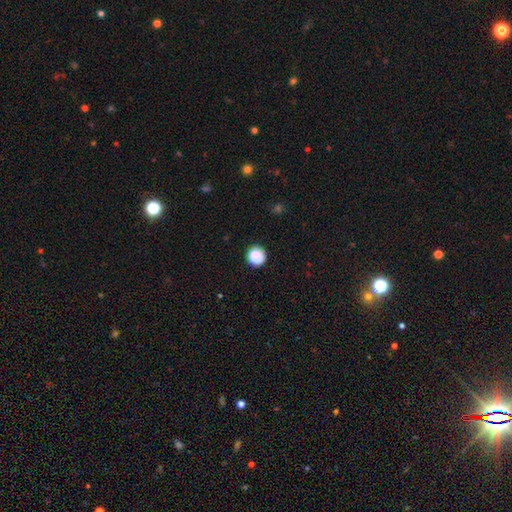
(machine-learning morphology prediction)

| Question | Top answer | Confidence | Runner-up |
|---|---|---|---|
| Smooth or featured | smooth | 82% | featured or disk (9%) |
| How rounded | round | 91% | in between (8%) |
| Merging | none | 83% | minor disturbance (12%) |